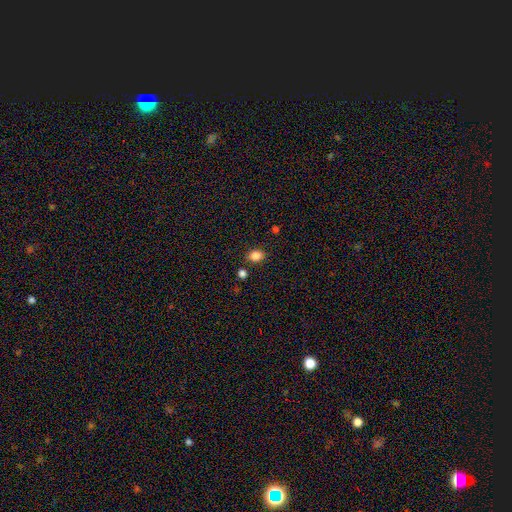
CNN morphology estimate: smooth-or-featured: smooth: 85% | star or artifact: 11% | featured or disk: 4%
  how-rounded: in between: 55% | round: 44% | cigar-shaped: 1%
  merging: none: 83% | minor disturbance: 10% | merger: 5% | major disturbance: 3%